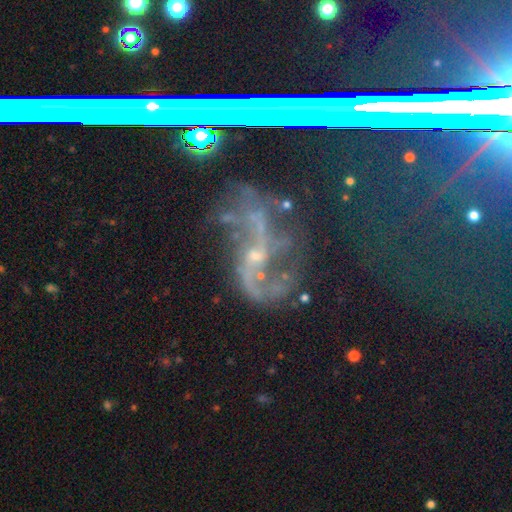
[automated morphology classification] The model was most divided on "bar": no: 44%, weak: 36%, strong: 20%. More confident: spiral arms — yes (90%); edge-on disk — no (90%); spiral arm count — 2 (76%); smooth or featured — featured or disk (73%); bulge size — small (66%); spiral winding — loose (61%); merging — none (55%).